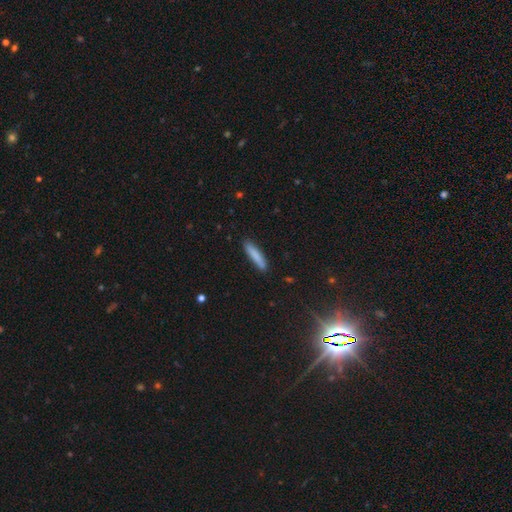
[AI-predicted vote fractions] A smooth galaxy with no disk features (84%) that is cigar-shaped (88%).

Vote fractions:
- Smooth or featured? smooth: 84% / featured or disk: 10% / star or artifact: 6%
- How rounded? cigar-shaped: 88% / in between: 11% / round: 1%
- Merging? none: 85% / minor disturbance: 11% / major disturbance: 2% / merger: 2%